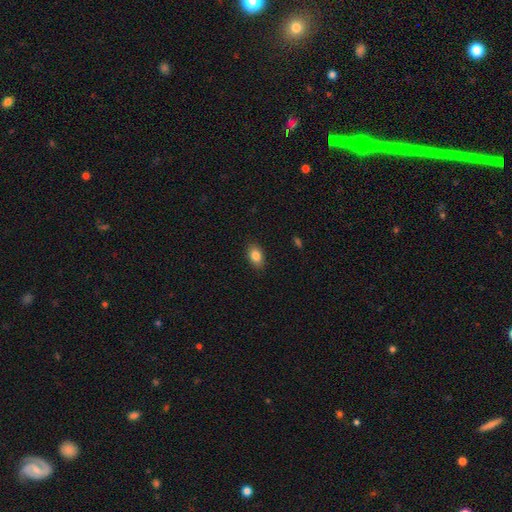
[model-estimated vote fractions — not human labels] smooth 84%, featured or disk 8%, star or artifact 8%. Down the decision tree: how rounded — in between (87%); merging — none (88%).